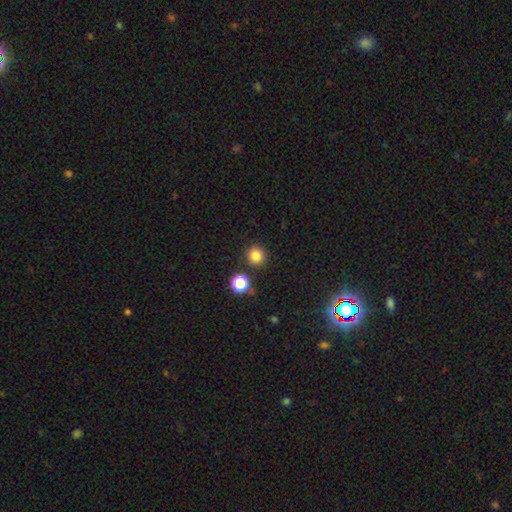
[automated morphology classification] The model was most divided on "smooth or featured": smooth: 83%, star or artifact: 13%, featured or disk: 4%. More confident: how rounded — round (93%); merging — none (88%).